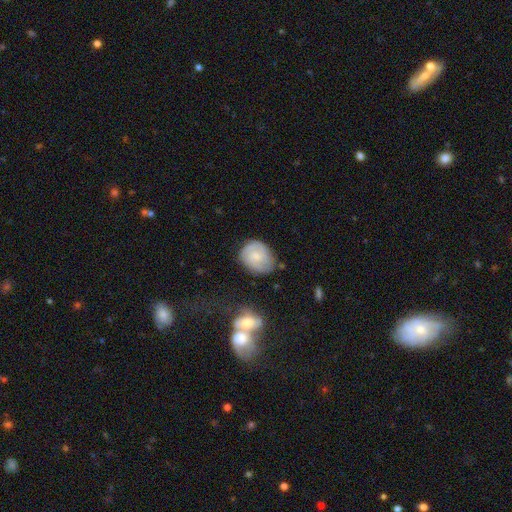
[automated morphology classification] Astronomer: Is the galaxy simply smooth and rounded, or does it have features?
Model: featured or disk — 52% (runner-up: smooth, 40%).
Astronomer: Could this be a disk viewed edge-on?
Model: no — 97%.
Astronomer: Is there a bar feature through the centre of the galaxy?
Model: no — 62%.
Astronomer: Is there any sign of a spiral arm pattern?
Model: yes — 87%.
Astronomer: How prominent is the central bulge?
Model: small — 49% (runner-up: moderate, 32%).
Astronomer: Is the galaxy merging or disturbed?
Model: none — 71%.